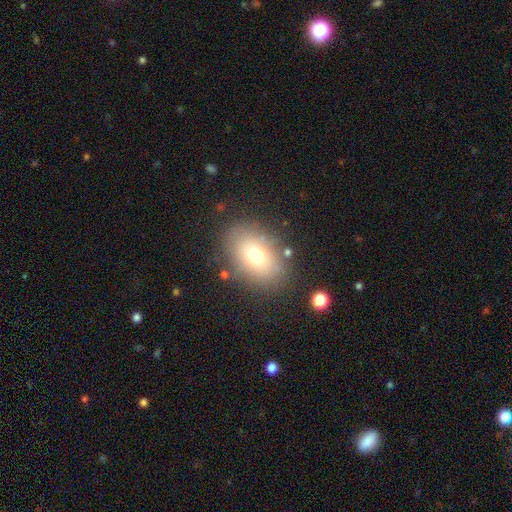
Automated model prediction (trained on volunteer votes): Smooth or featured?
  - smooth: 71% *
  - featured or disk: 16%
  - star or artifact: 13%
How rounded?
  - in between: 76% *
  - round: 23%
  - cigar-shaped: 1%
Merging?
  - none: 79% *
  - minor disturbance: 12%
  - major disturbance: 6%
  - merger: 3%